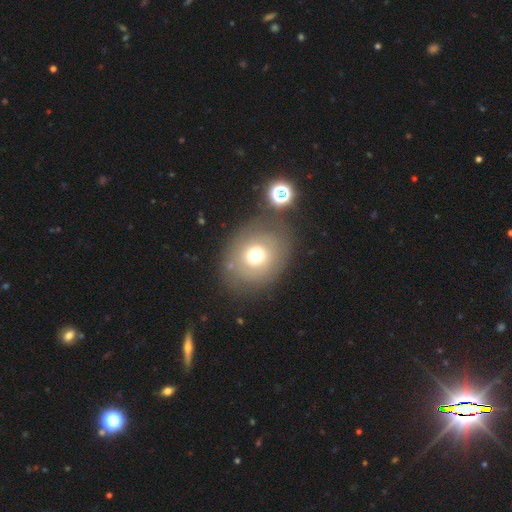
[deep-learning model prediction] smooth-or-featured: smooth: 65% | featured or disk: 21% | star or artifact: 14%
  how-rounded: round: 64% | in between: 35% | cigar-shaped: 1%
  merging: none: 72% | minor disturbance: 13% | merger: 8% | major disturbance: 7%